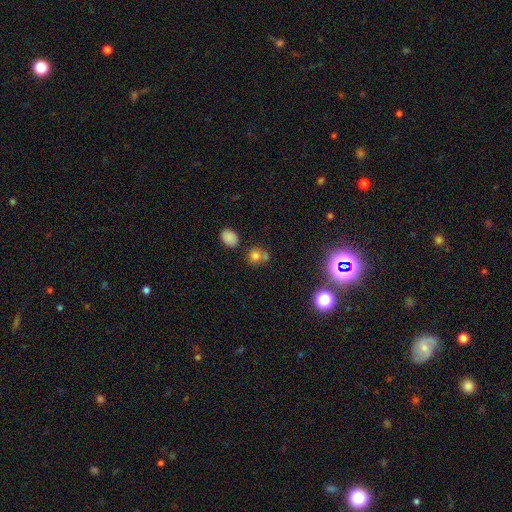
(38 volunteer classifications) Smooth or featured? smooth (79%)
How rounded? round (67%)
Merging? none (57%)